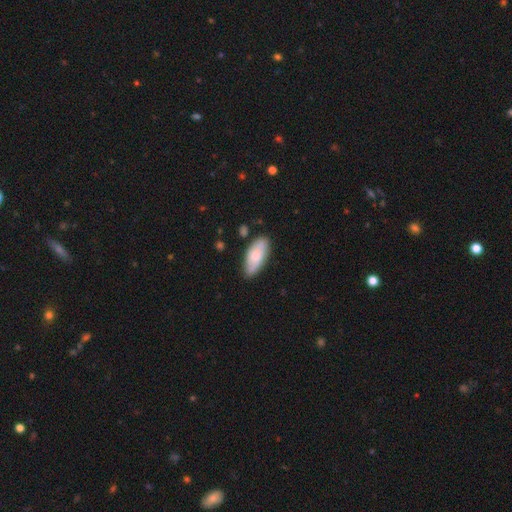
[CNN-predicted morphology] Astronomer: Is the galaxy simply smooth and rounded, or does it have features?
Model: smooth — 72%.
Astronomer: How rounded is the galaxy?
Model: in between — 85%.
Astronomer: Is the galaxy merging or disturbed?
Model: none — 75%.